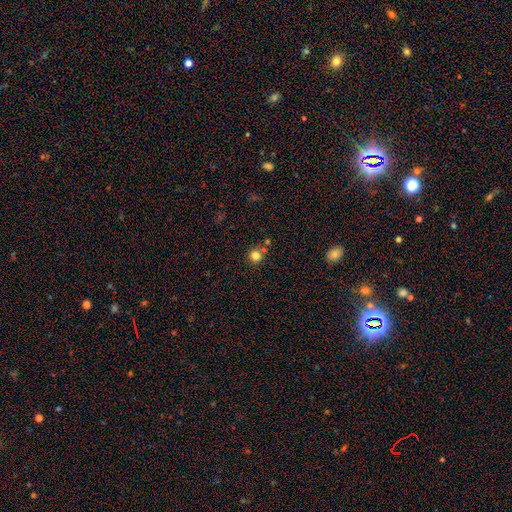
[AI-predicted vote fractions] Smooth or featured: smooth — 81% (star or artifact — 13%)
How rounded: round — 93% (in between — 6%)
Merging: none — 73% (merger — 14%)